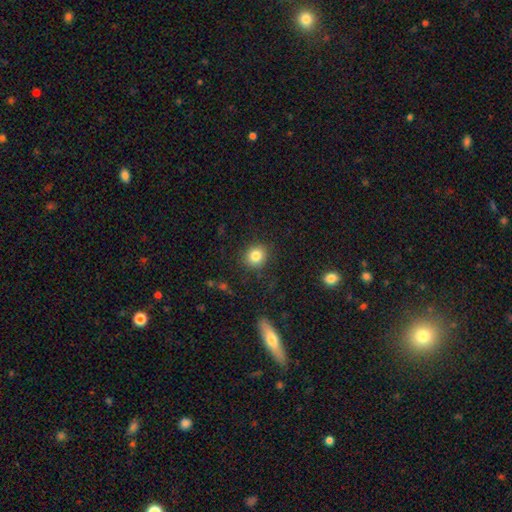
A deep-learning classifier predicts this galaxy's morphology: smooth_or_featured: smooth (p=0.83) [alt: star or artifact p=0.11]
how_rounded: round (p=0.85) [alt: in between p=0.14]
merging: none (p=0.87) [alt: minor disturbance p=0.08]